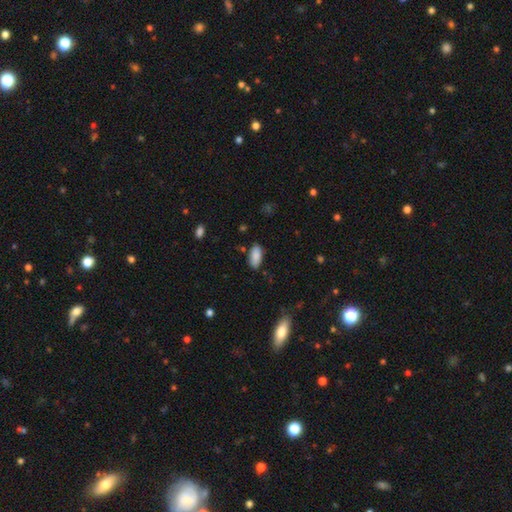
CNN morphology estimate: Smooth or featured? smooth (88%)
How rounded? in between (90%)
Merging? none (81%)